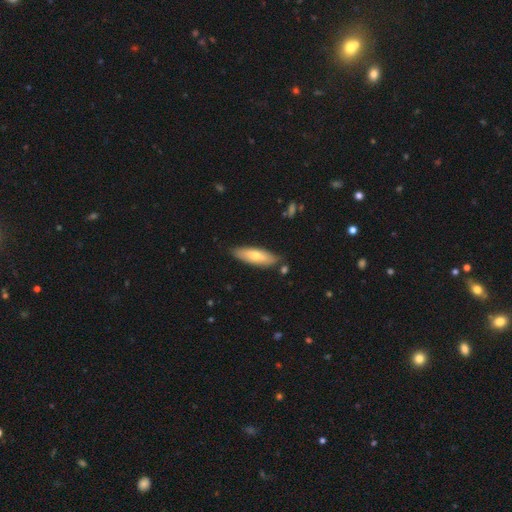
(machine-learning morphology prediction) The model was most divided on "how rounded": in between: 52%, cigar-shaped: 46%, round: 2%. More confident: merging — none (82%); smooth or featured — smooth (63%).